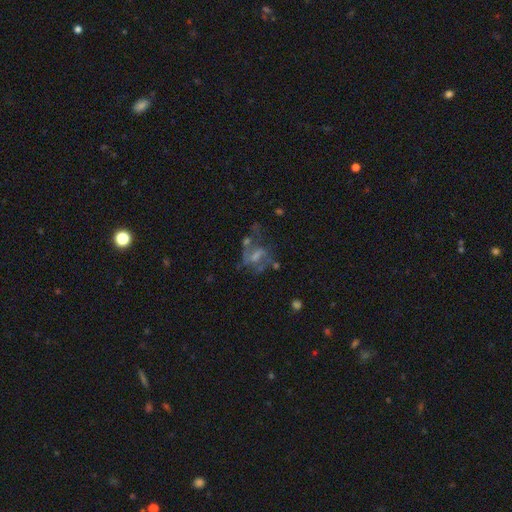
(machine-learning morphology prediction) Smooth or featured: featured or disk — 65% (star or artifact — 19%)
Edge-on disk: no — 96% (yes — 4%)
Bar: weak — 46% (no — 36%)
Spiral arms: yes — 71% (no — 29%)
Bulge size: small — 38% (moderate — 33%)
Merging: none — 45% (major disturbance — 26%)